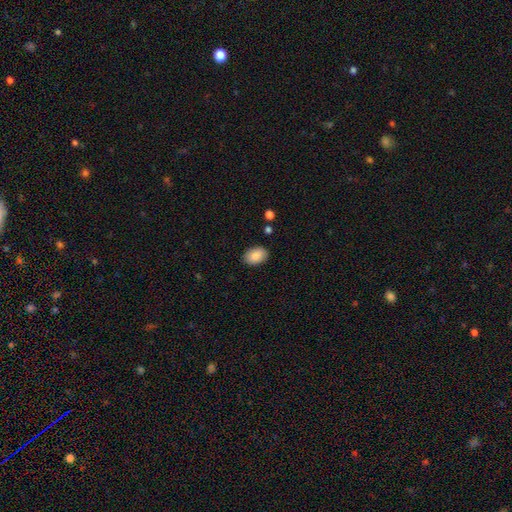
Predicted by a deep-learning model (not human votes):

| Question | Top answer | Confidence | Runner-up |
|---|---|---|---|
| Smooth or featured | smooth | 87% | star or artifact (7%) |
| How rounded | in between | 86% | round (13%) |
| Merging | none | 88% | minor disturbance (9%) |